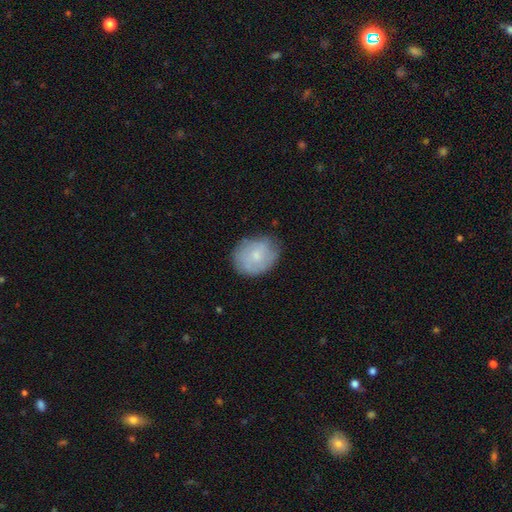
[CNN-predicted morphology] smooth_or_featured: smooth (p=0.58) [alt: featured or disk p=0.35]
how_rounded: in between (p=0.50) [alt: round p=0.49]
merging: none (p=0.68) [alt: minor disturbance p=0.25]